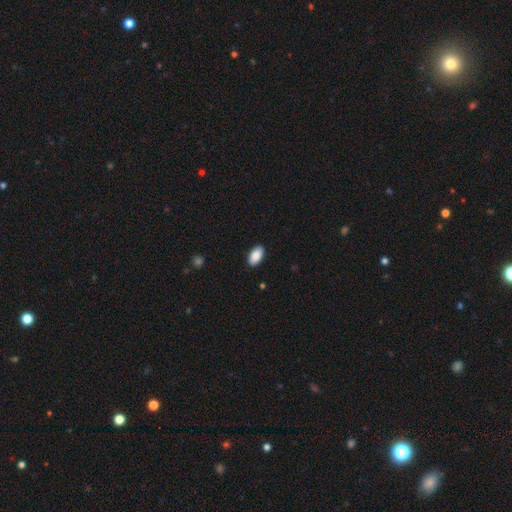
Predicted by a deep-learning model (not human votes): The model was most divided on "smooth or featured": smooth: 88%, star or artifact: 6%, featured or disk: 5%. More confident: how rounded — in between (95%); merging — none (90%).